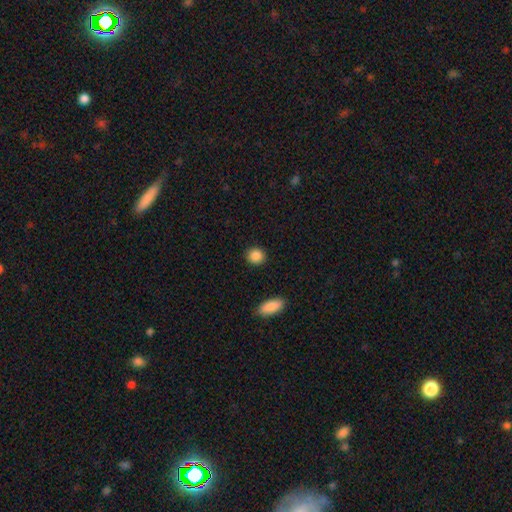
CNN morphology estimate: Overall: smooth (88%). How rounded: round (83%). Merging: none (90%).